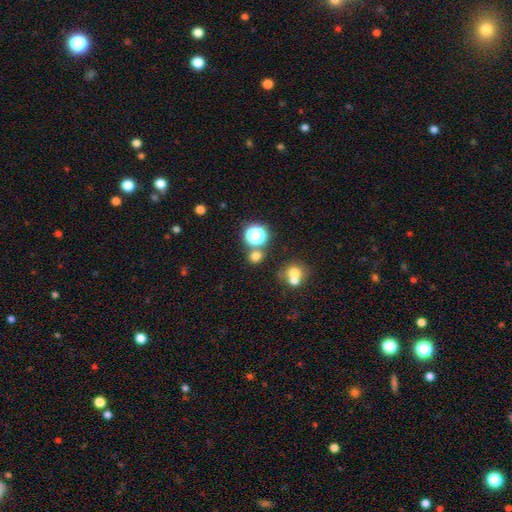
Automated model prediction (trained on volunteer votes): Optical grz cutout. It shows a smooth galaxy with no disk features (69%) that is round (81%). Merging: none (69%).